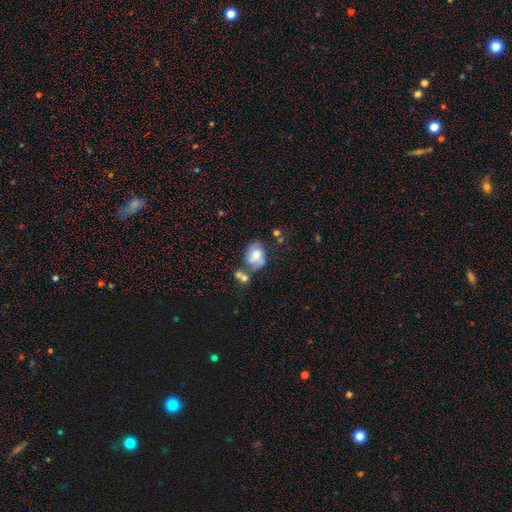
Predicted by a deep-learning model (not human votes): Smooth or featured?
  - smooth: 54% *
  - featured or disk: 36%
  - star or artifact: 9%
How rounded?
  - in between: 69% *
  - round: 30%
  - cigar-shaped: 1%
Merging?
  - none: 37% *
  - merger: 26%
  - minor disturbance: 24%
  - major disturbance: 14%